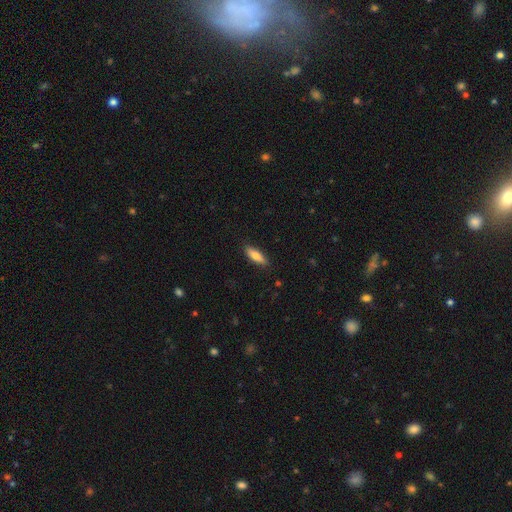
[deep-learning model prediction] A smooth galaxy with no disk features (76%) that is in between round and cigar-shaped (51%). Merging: none (86%).